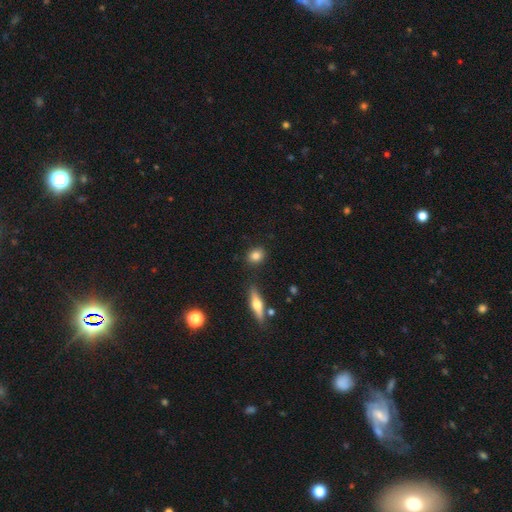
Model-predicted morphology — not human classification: The model was most divided on "how rounded": round: 57%, in between: 39%, cigar-shaped: 4%. More confident: merging — none (85%); smooth or featured — smooth (81%).